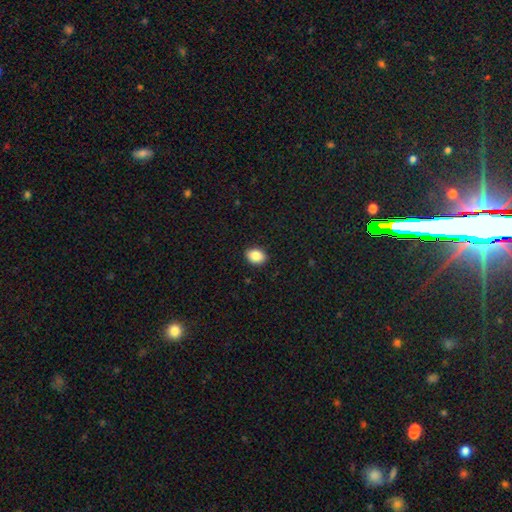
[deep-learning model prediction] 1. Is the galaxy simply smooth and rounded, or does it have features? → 88% smooth, 8% star or artifact, 4% featured or disk.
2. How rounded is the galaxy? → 70% in between, 29% round, 1% cigar-shaped.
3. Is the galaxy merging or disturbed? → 90% none, 7% minor disturbance, 2% major disturbance, 1% merger.